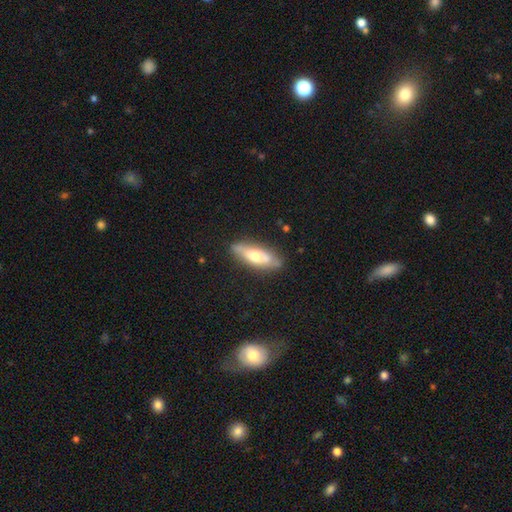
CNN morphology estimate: A smooth galaxy with no disk features (50%) that is in between round and cigar-shaped (55%). Merging: none (77%).